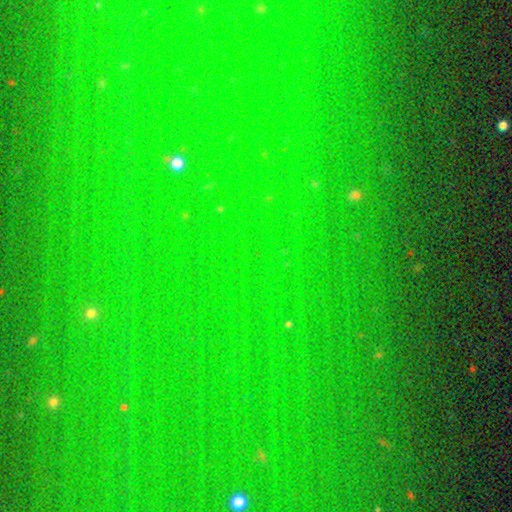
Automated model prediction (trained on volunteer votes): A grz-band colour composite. It shows a star or artifact, not a galaxy (79%).